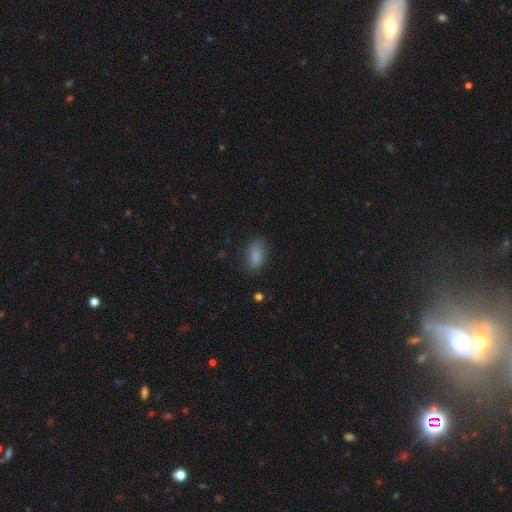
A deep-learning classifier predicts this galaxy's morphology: A smooth galaxy with no disk features (84%) that is in between round and cigar-shaped (88%).

Vote fractions:
- Smooth or featured? smooth: 84% / star or artifact: 8% / featured or disk: 8%
- How rounded? in between: 88% / cigar-shaped: 7% / round: 5%
- Merging? none: 78% / minor disturbance: 17% / major disturbance: 4% / merger: 1%